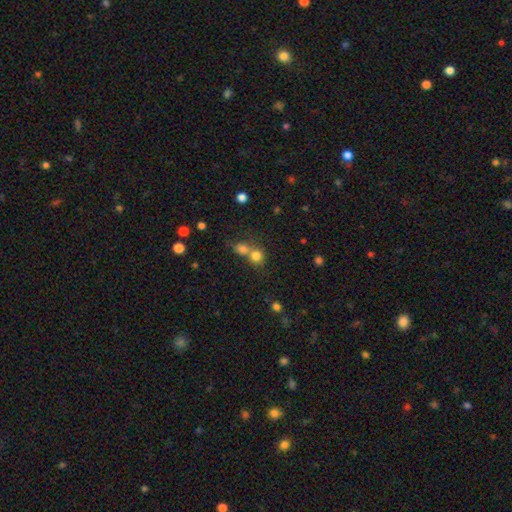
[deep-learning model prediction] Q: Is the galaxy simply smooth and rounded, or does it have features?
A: smooth — 78%.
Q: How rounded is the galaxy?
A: round — 83%.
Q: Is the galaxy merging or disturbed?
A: merger — 49%.